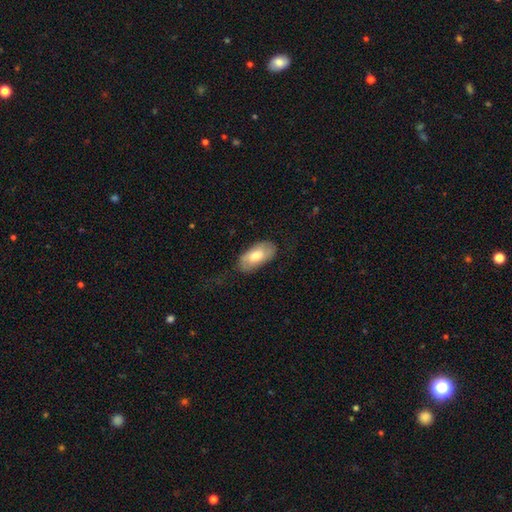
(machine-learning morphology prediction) smooth_or_featured: smooth (p=0.71) [alt: featured or disk p=0.23]
how_rounded: in between (p=0.93) [alt: cigar-shaped p=0.04]
merging: none (p=0.72) [alt: minor disturbance p=0.21]